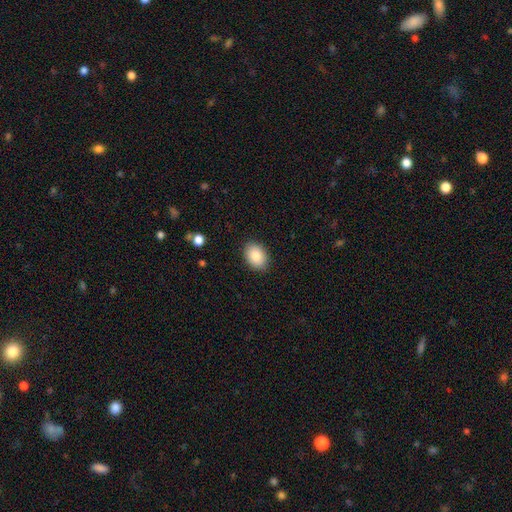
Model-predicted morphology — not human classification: smooth 85%, star or artifact 7%, featured or disk 7%. Down the decision tree: how rounded — in between (77%); merging — none (88%).